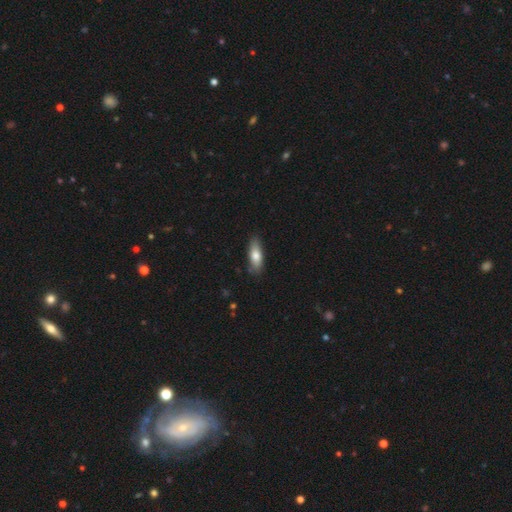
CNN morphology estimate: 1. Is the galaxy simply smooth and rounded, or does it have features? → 74% smooth, 20% featured or disk, 6% star or artifact.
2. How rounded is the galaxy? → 62% in between, 36% cigar-shaped, 3% round.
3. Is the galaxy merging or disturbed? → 80% none, 16% minor disturbance, 3% major disturbance, 1% merger.